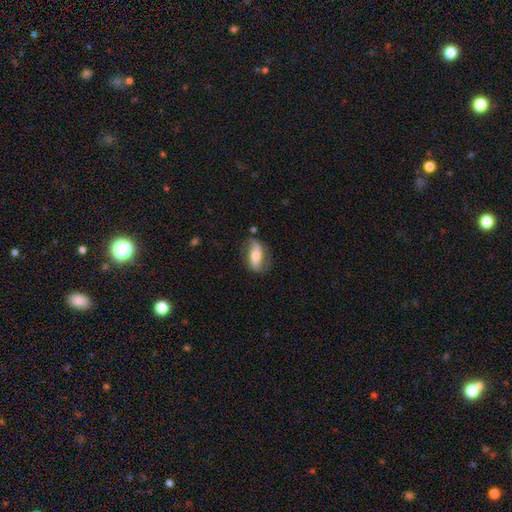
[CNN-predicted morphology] Smooth or featured? Predicted: featured or disk (p=0.52). Edge-on disk? Predicted: no (p=0.86). Merging? Predicted: none (p=0.68).